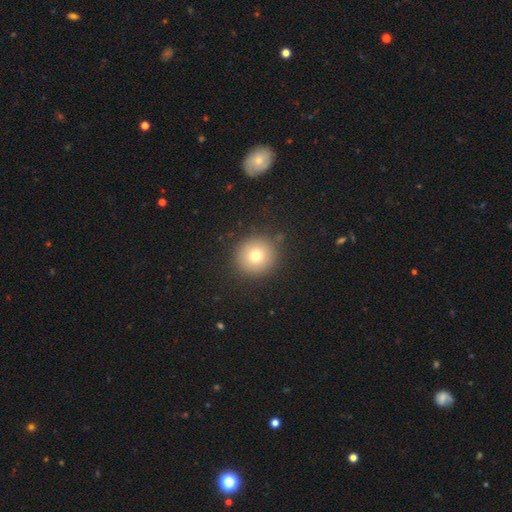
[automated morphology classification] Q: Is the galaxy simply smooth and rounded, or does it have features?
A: smooth — 75%.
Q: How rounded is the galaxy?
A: round — 94%.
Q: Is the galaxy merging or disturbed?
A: none — 89%.